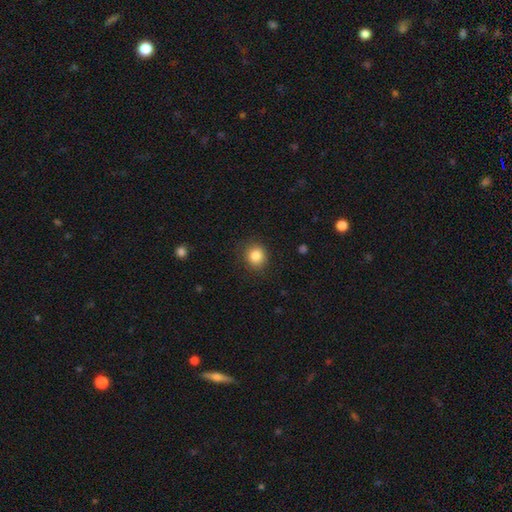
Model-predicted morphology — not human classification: smooth-or-featured: smooth: 85% | star or artifact: 10% | featured or disk: 5%
  how-rounded: round: 84% | in between: 16% | cigar-shaped: 1%
  merging: none: 85% | minor disturbance: 10% | major disturbance: 3% | merger: 1%